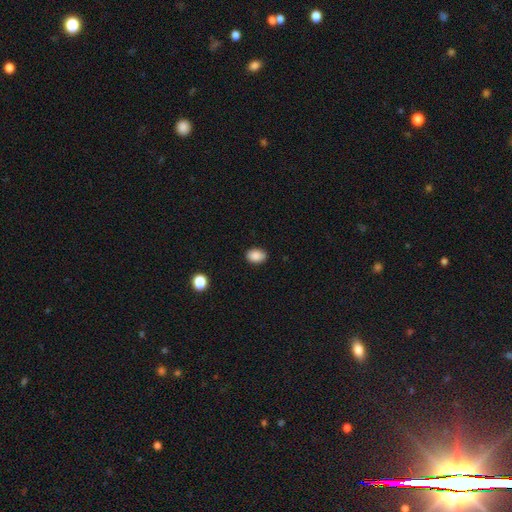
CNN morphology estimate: A smooth galaxy with no disk features (88%) that is in between round and cigar-shaped (78%).

Vote fractions:
- Smooth or featured? smooth: 88% / star or artifact: 9% / featured or disk: 3%
- How rounded? in between: 78% / round: 21% / cigar-shaped: 1%
- Merging? none: 85% / minor disturbance: 11% / major disturbance: 2% / merger: 1%